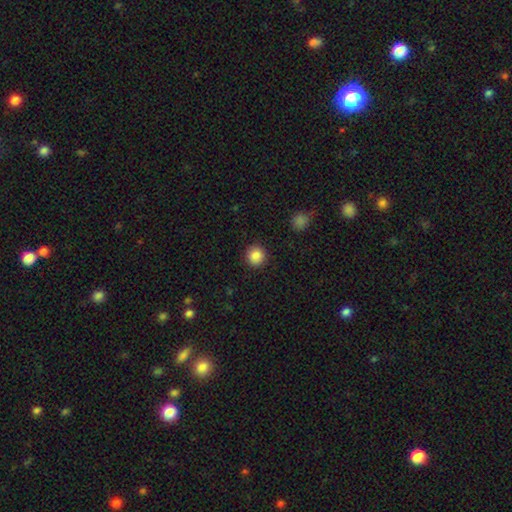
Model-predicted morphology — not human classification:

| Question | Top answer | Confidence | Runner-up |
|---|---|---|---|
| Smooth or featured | smooth | 87% | star or artifact (9%) |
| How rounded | round | 93% | in between (6%) |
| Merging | none | 92% | minor disturbance (5%) |